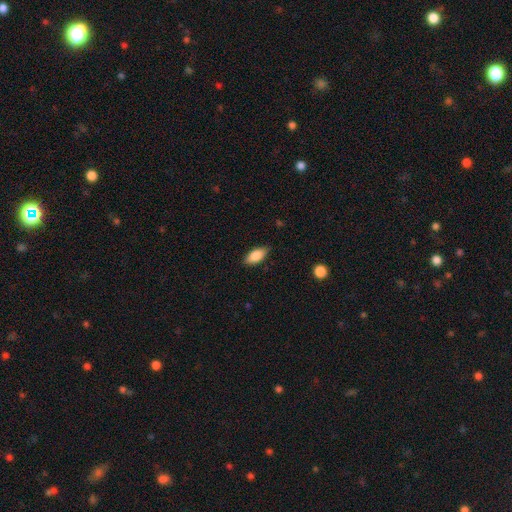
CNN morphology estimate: Smooth or featured? smooth (84%)
How rounded? in between (88%)
Merging? none (84%)